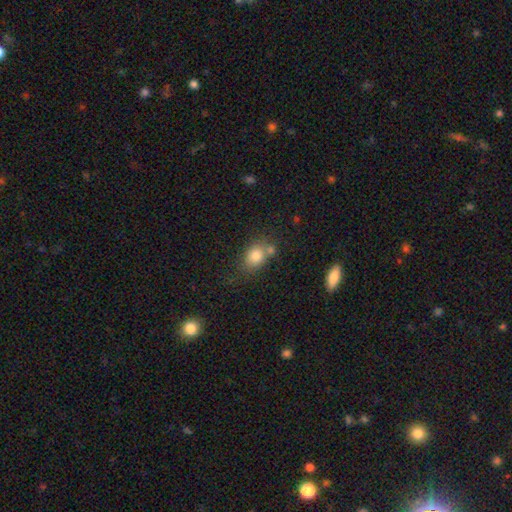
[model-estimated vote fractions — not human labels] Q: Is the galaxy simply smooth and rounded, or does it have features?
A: smooth — 80%.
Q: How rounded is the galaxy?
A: in between — 58%.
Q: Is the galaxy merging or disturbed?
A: none — 53%.